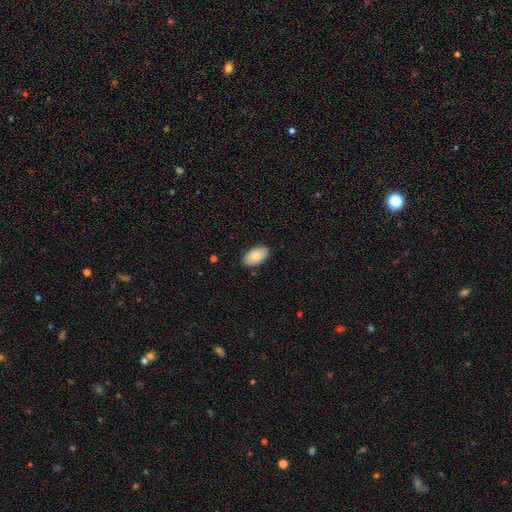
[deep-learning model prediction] smooth_or_featured: smooth (p=0.83) [alt: featured or disk p=0.11]
how_rounded: in between (p=0.95) [alt: round p=0.03]
merging: none (p=0.87) [alt: minor disturbance p=0.10]